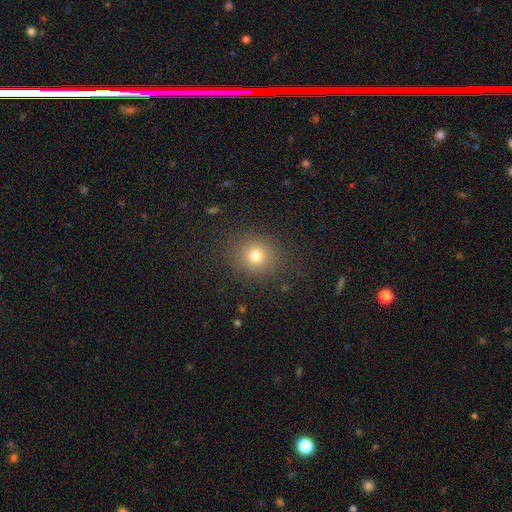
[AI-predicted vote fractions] Q: Smooth or featured?
A: smooth (75%); runner-up: star or artifact (16%)
Q: How rounded?
A: round (85%); runner-up: in between (14%)
Q: Merging?
A: none (87%); runner-up: minor disturbance (8%)